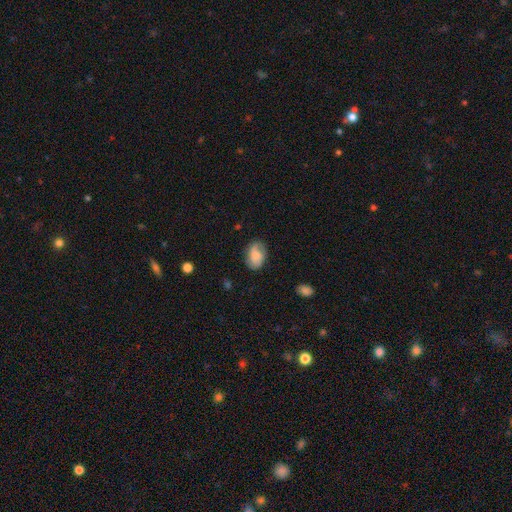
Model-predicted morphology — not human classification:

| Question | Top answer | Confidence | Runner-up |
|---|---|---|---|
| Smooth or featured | smooth | 64% | featured or disk (28%) |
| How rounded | in between | 84% | round (15%) |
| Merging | none | 73% | minor disturbance (20%) |